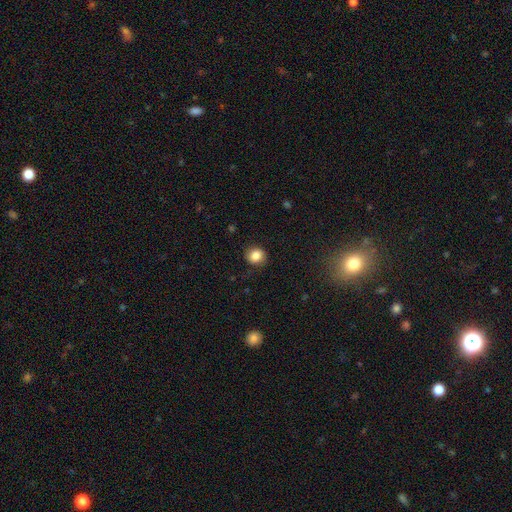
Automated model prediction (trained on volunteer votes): This is clearly a smooth galaxy (84%). How rounded: likely round (79%). Merging: clearly none (84%).